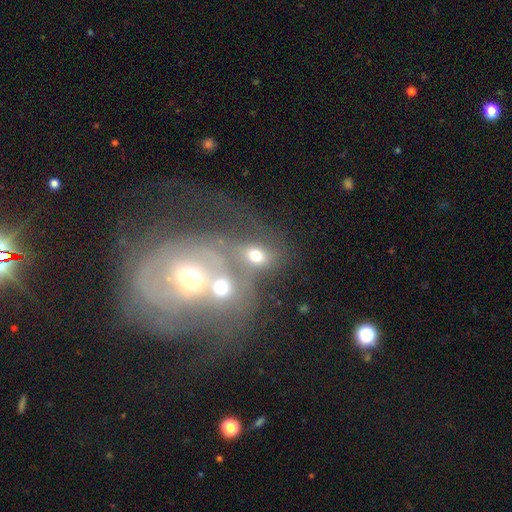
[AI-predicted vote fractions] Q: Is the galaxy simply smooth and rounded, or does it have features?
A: smooth — 62%.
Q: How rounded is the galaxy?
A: round — 50%.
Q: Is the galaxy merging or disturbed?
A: merger — 61%.